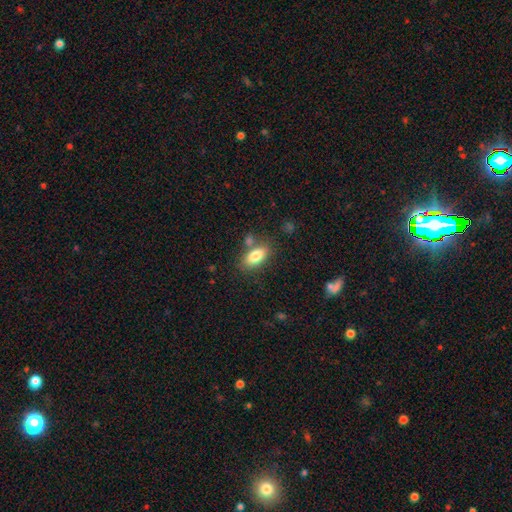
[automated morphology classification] Q: Smooth or featured?
A: smooth (82%); runner-up: featured or disk (11%)
Q: How rounded?
A: in between (89%); runner-up: cigar-shaped (7%)
Q: Merging?
A: none (71%); runner-up: minor disturbance (13%)